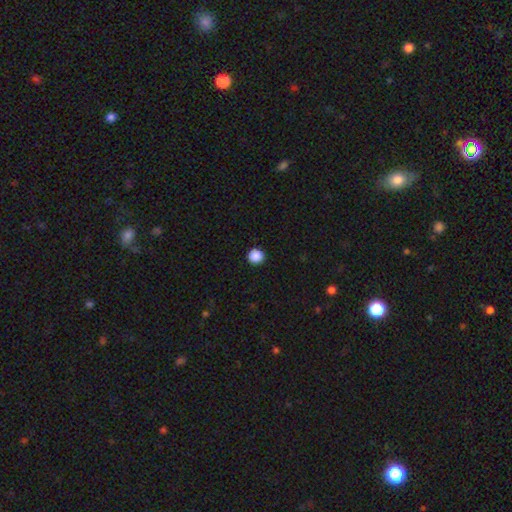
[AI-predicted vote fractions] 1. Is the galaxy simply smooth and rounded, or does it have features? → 88% smooth, 10% star or artifact, 2% featured or disk.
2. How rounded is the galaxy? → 93% round, 6% in between, 1% cigar-shaped.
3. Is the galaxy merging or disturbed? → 92% none, 5% minor disturbance, 2% major disturbance, 1% merger.